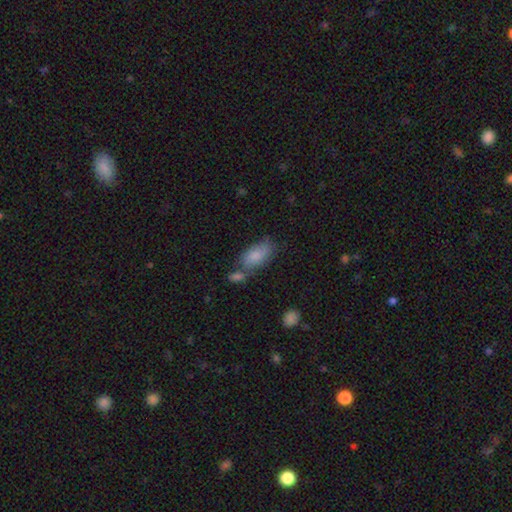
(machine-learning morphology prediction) smooth 80%, featured or disk 13%, star or artifact 8%. Down the decision tree: how rounded — in between (90%); merging — none (47%).